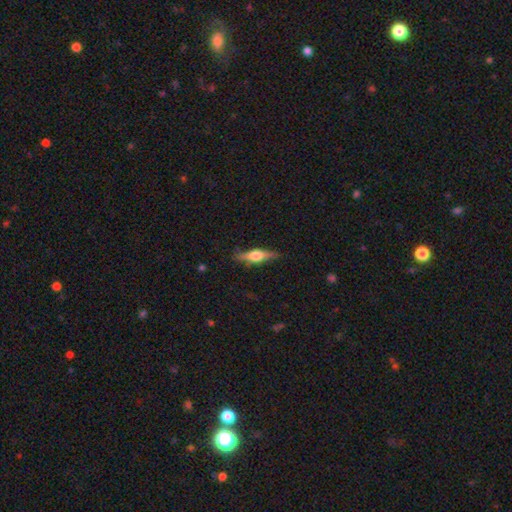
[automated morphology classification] This appears to be a featured or disk galaxy (57%) viewed edge-on (94%) with a rounded central bulge (92%). Merging: none (84%).